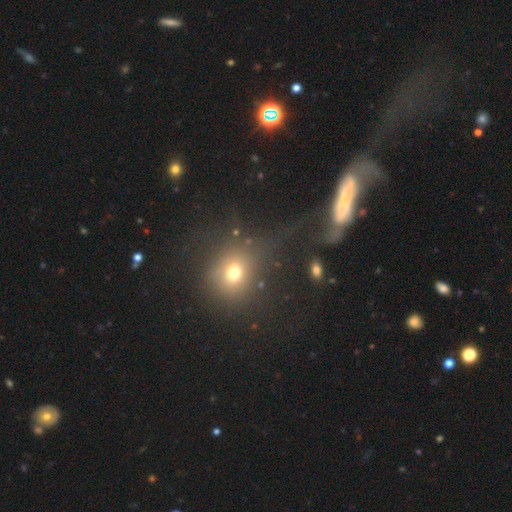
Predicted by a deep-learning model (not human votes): Morphology: type=smooth (49%); merging=none (60%).